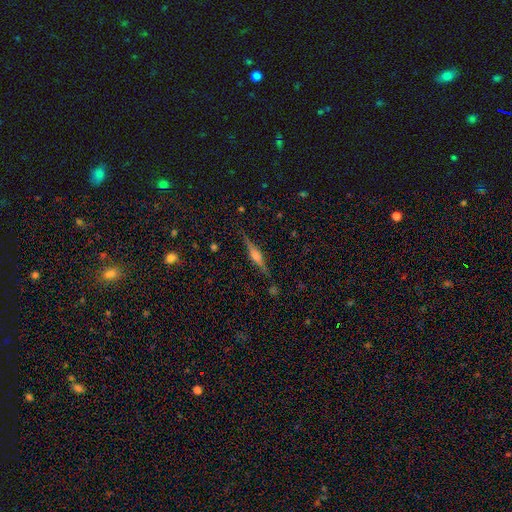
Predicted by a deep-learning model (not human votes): A featured or disk galaxy (75%) viewed edge-on (98%) with a rounded central bulge (77%). Merging: none (87%).